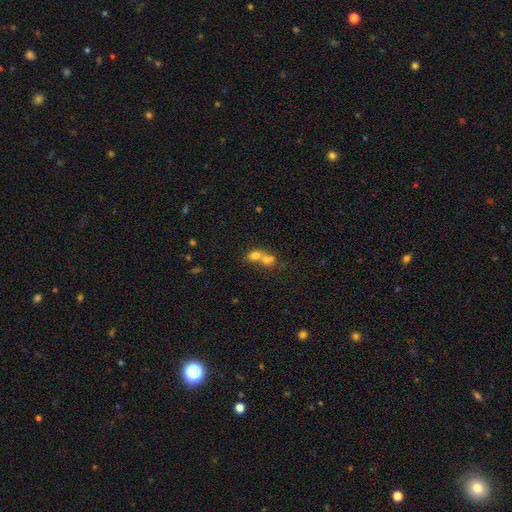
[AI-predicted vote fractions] smooth 66%, featured or disk 20%, star or artifact 14%. Down the decision tree: how rounded — round (54%); merging — merger (71%).